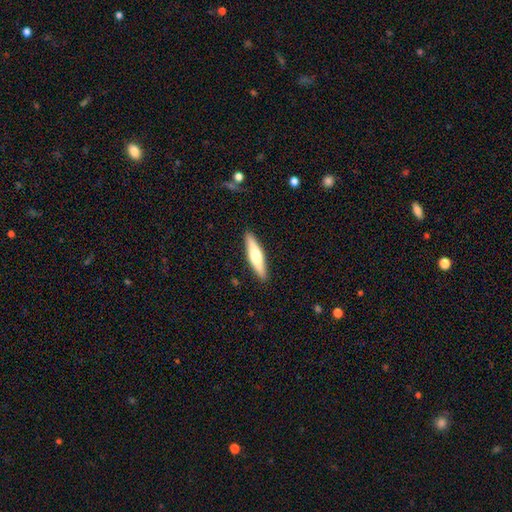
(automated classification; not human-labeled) smooth-or-featured: smooth: 52% | featured or disk: 43% | star or artifact: 5%
  how-rounded: cigar-shaped: 80% | in between: 18% | round: 2%
  merging: none: 90% | minor disturbance: 7% | major disturbance: 2% | merger: 1%